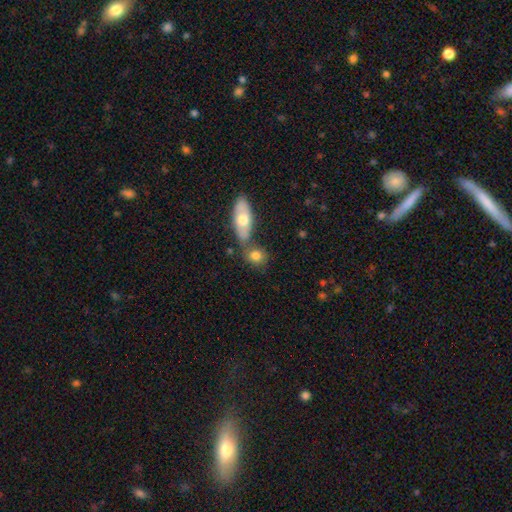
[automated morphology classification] smooth_or_featured: smooth (p=0.76) [alt: featured or disk p=0.16]
how_rounded: in between (p=0.52) [alt: round p=0.42]
merging: none (p=0.55) [alt: merger p=0.29]